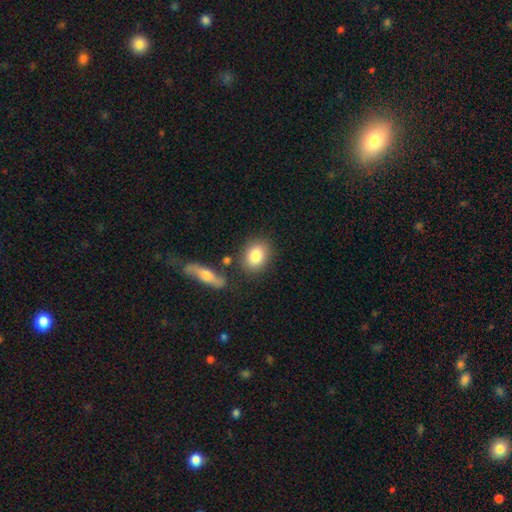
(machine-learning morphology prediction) Smooth or featured: smooth — 83% (featured or disk — 10%)
How rounded: in between — 60% (round — 37%)
Merging: none — 77% (minor disturbance — 11%)